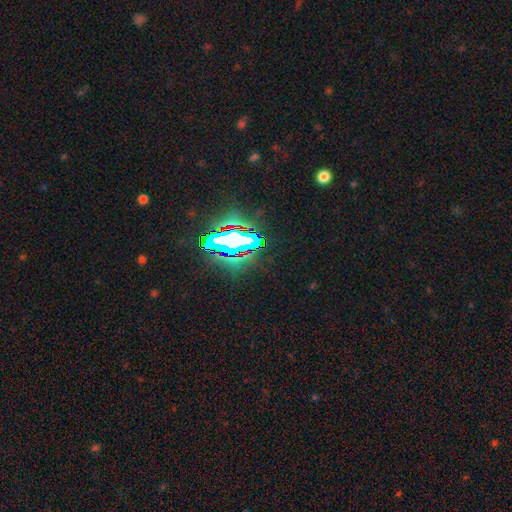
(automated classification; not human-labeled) Smooth or featured?
  - star or artifact: 83% *
  - smooth: 10%
  - featured or disk: 7%